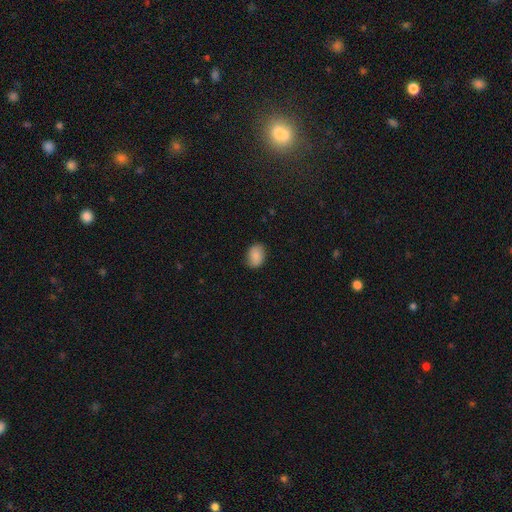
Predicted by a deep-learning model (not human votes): Smooth or featured? Predicted: smooth (p=0.87). How rounded? Predicted: in between (p=0.70). Merging? Predicted: none (p=0.85).